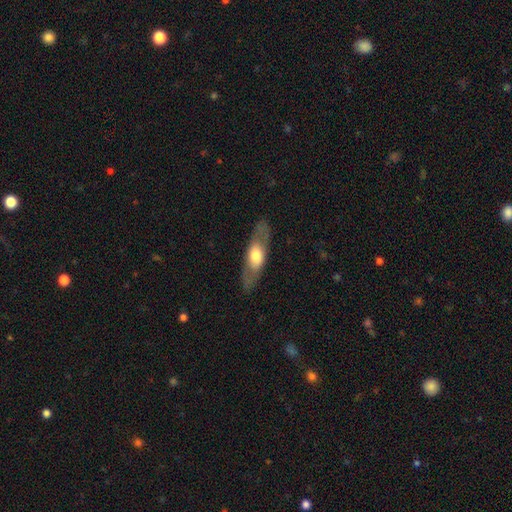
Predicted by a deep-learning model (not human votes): Smooth or featured?
  - featured or disk: 48% *
  - smooth: 46%
  - star or artifact: 5%
Merging?
  - none: 82% *
  - minor disturbance: 12%
  - major disturbance: 5%
  - merger: 1%